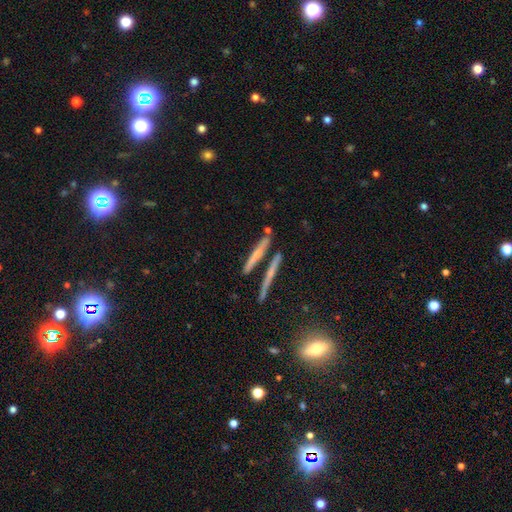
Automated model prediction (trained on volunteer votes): Smooth or featured? Predicted: smooth (p=0.46, tied with featured or disk). Merging? Predicted: none (p=0.70).